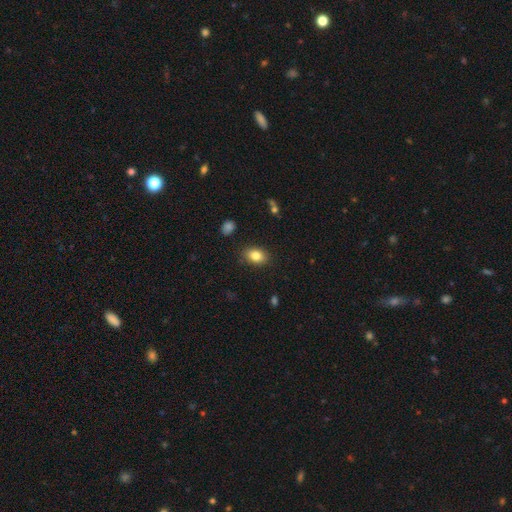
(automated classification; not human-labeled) Smooth or featured?
  - smooth: 83% *
  - star or artifact: 9%
  - featured or disk: 8%
How rounded?
  - in between: 78% *
  - round: 21%
  - cigar-shaped: 1%
Merging?
  - none: 87% *
  - minor disturbance: 10%
  - major disturbance: 2%
  - merger: 1%